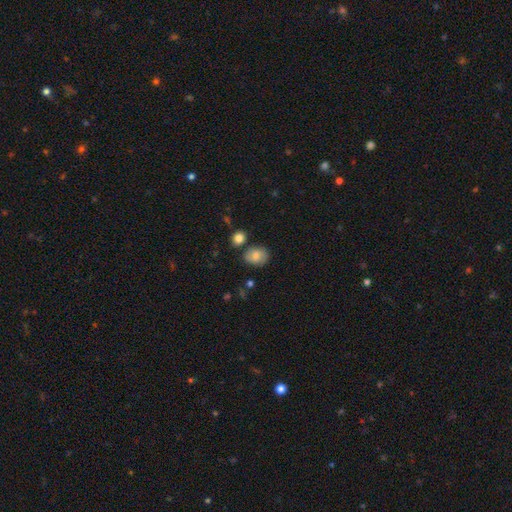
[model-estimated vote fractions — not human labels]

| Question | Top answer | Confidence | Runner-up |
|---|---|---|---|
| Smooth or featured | smooth | 72% | featured or disk (19%) |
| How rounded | in between | 52% | round (47%) |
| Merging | none | 70% | minor disturbance (19%) |